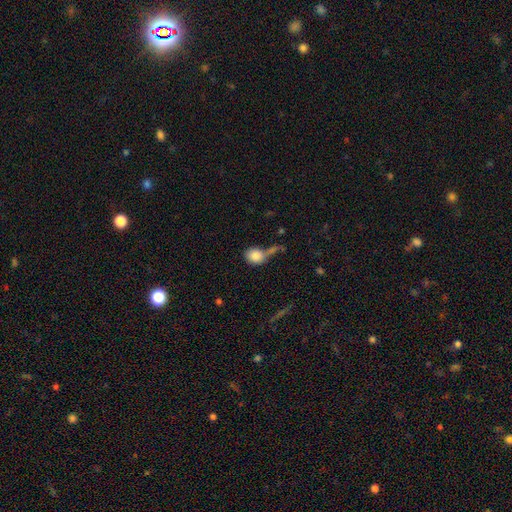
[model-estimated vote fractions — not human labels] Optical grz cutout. It shows a smooth galaxy with no disk features (82%) that is round (66%). Merging: none (35%).